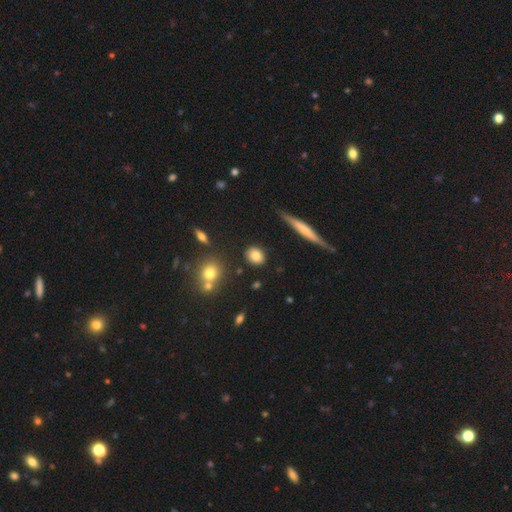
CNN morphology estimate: smooth_or_featured: smooth (p=0.83) [alt: star or artifact p=0.09]
how_rounded: round (p=0.63) [alt: in between p=0.33]
merging: none (p=0.86) [alt: minor disturbance p=0.09]